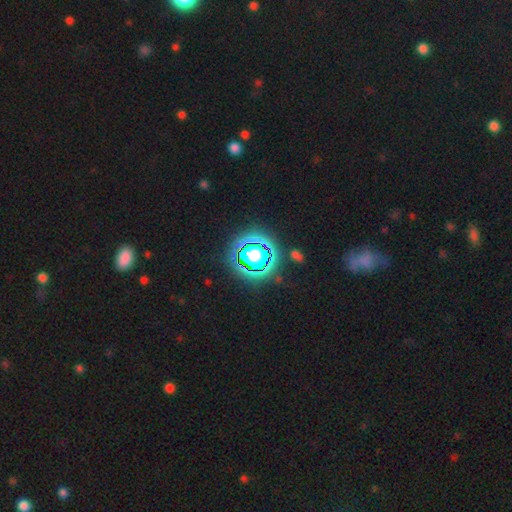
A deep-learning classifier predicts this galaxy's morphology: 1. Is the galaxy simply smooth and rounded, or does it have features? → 58% star or artifact, 26% smooth, 16% featured or disk.